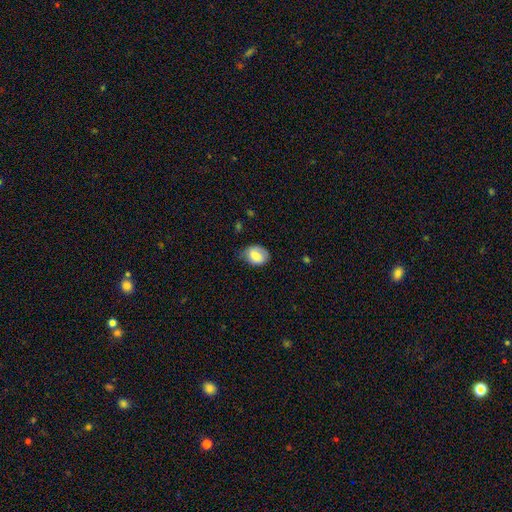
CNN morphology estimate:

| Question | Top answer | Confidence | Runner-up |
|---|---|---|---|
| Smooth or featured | smooth | 77% | featured or disk (16%) |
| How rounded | in between | 62% | round (37%) |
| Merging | none | 57% | minor disturbance (33%) |